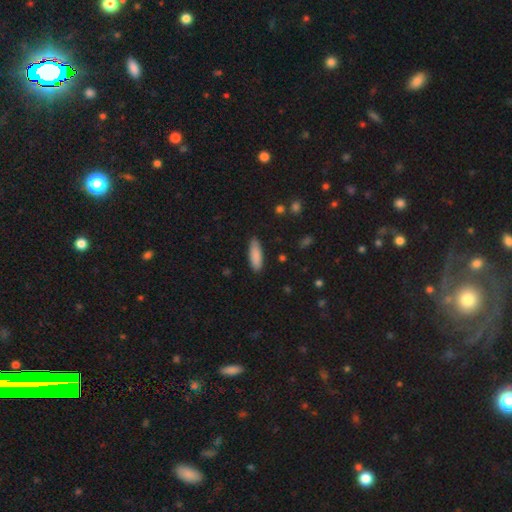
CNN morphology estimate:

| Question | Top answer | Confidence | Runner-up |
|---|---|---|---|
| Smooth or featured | smooth | 87% | featured or disk (7%) |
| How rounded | in between | 55% | cigar-shaped (43%) |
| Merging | none | 86% | minor disturbance (11%) |